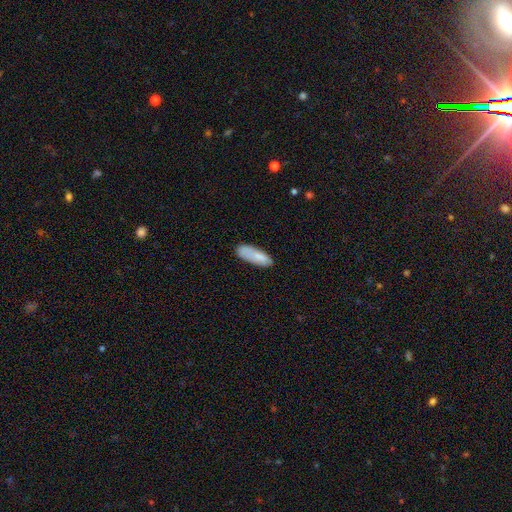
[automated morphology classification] smooth_or_featured: smooth (p=0.79) [alt: featured or disk p=0.14]
how_rounded: in between (p=0.59) [alt: cigar-shaped p=0.39]
merging: none (p=0.67) [alt: minor disturbance p=0.22]